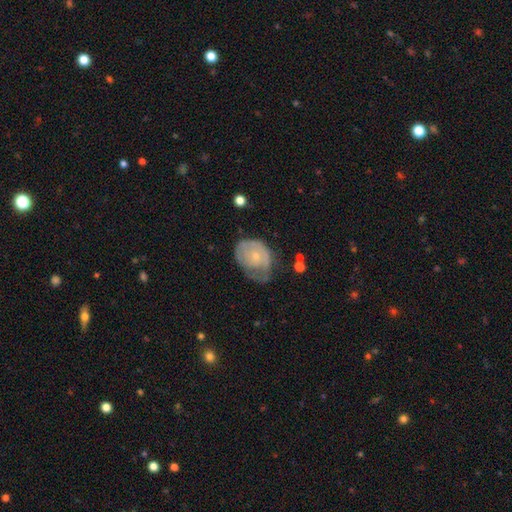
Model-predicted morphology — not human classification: Smooth or featured?
  - featured or disk: 56% *
  - smooth: 37%
  - star or artifact: 7%
Edge-on disk?
  - no: 97% *
  - yes: 3%
Bar?
  - no: 83% *
  - weak: 15%
  - strong: 2%
Spiral arms?
  - yes: 62% *
  - no: 38%
Bulge size?
  - small: 69% *
  - moderate: 24%
  - none: 4%
  - large: 2%
  - dominant: 1%
Merging?
  - none: 37% *
  - minor disturbance: 35%
  - major disturbance: 26%
  - merger: 2%